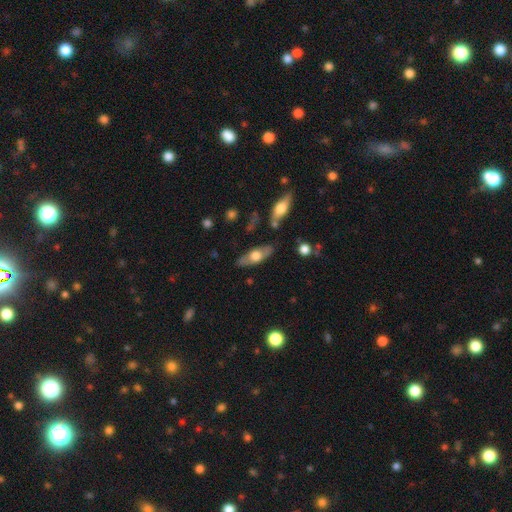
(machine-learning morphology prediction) Smooth or featured? Predicted: smooth (p=0.49). Merging? Predicted: none (p=0.81).